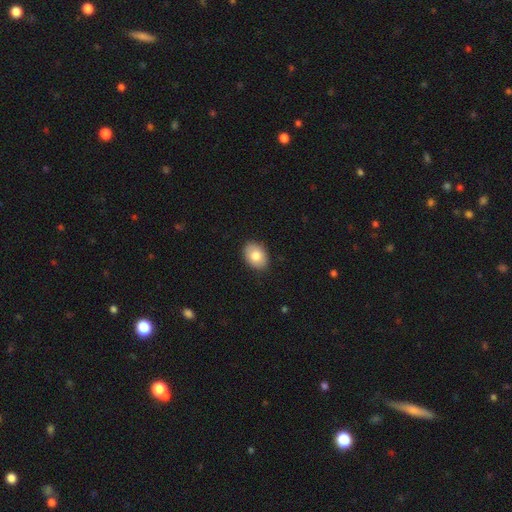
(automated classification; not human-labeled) This appears to be a smooth galaxy with no disk features (81%) that is in between round and cigar-shaped (76%). Merging: none (87%).